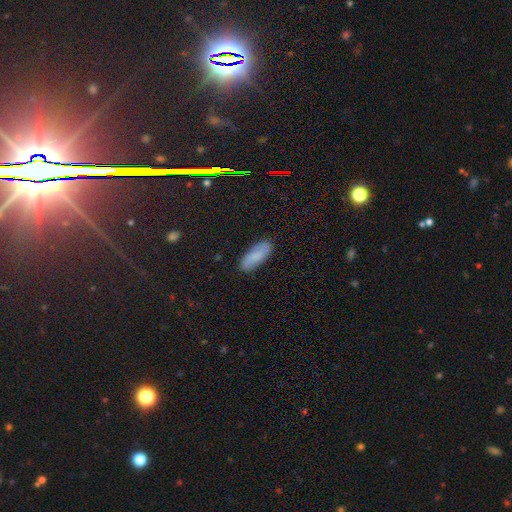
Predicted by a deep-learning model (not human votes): A smooth galaxy with no disk features (76%) that is in between round and cigar-shaped (74%).

Vote fractions:
- Smooth or featured? smooth: 76% / featured or disk: 15% / star or artifact: 9%
- How rounded? in between: 74% / cigar-shaped: 24% / round: 2%
- Merging? none: 86% / minor disturbance: 11% / major disturbance: 2% / merger: 1%